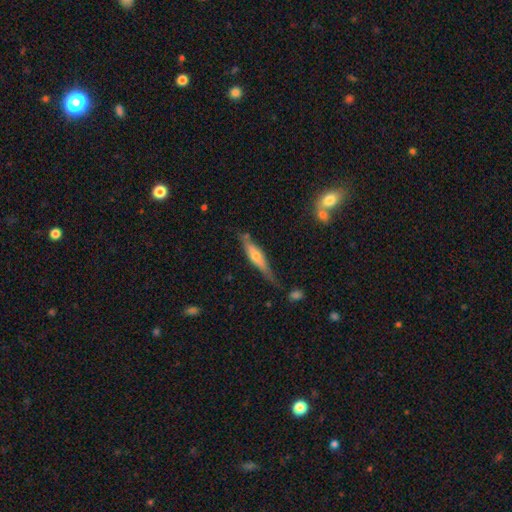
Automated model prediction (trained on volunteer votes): Q: Smooth or featured?
A: featured or disk (62%); runner-up: smooth (31%)
Q: Edge-on disk?
A: yes (93%); runner-up: no (7%)
Q: Edge-on bulge?
A: rounded (80%); runner-up: none (10%)
Q: Merging?
A: none (74%); runner-up: minor disturbance (18%)